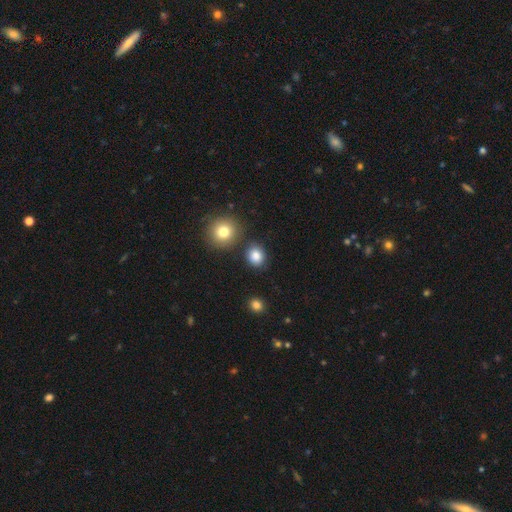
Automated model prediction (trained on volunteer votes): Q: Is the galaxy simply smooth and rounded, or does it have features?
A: smooth — 84%.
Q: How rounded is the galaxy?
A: round — 73%.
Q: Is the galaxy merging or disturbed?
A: none — 81%.